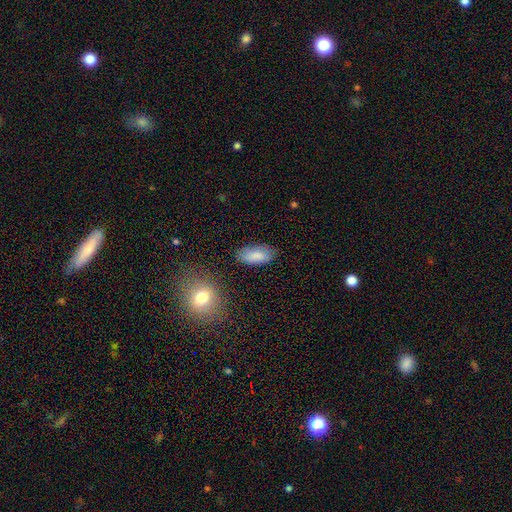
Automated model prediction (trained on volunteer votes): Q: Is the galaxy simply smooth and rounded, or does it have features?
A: smooth — 85%.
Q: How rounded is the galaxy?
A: in between — 90%.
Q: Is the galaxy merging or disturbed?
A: none — 77%.